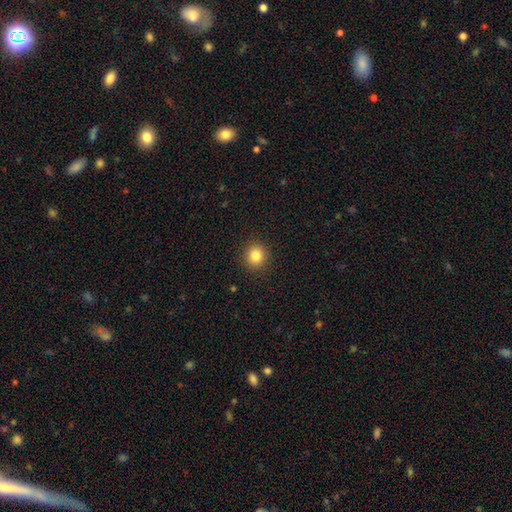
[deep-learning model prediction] A smooth galaxy with no disk features (83%) that is round (88%). Merging: none (91%).